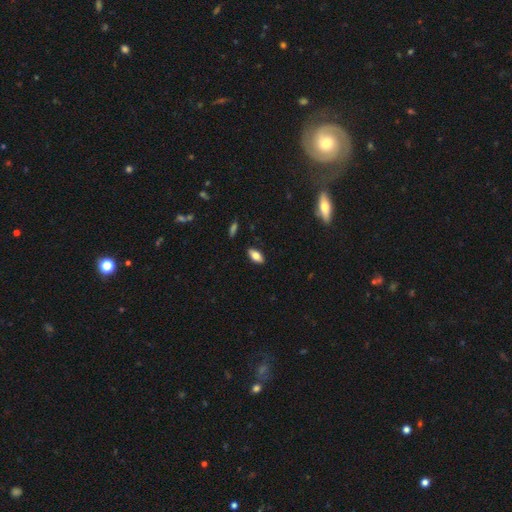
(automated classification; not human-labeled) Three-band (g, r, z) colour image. It shows a smooth galaxy with no disk features (73%) that is in between round and cigar-shaped (86%). Merging: none (88%).